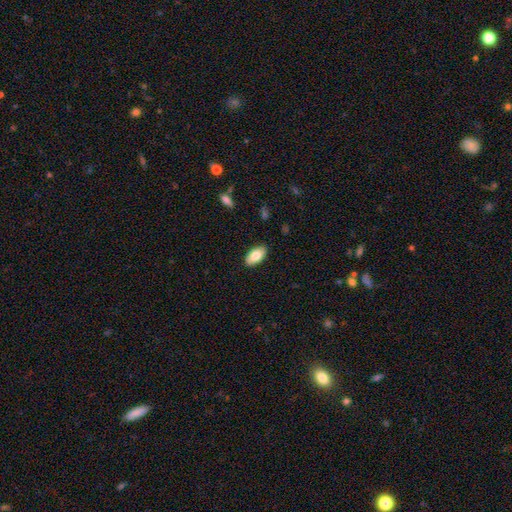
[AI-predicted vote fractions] The model was most divided on "smooth or featured": smooth: 80%, featured or disk: 13%, star or artifact: 7%. More confident: how rounded — in between (94%); merging — none (87%).